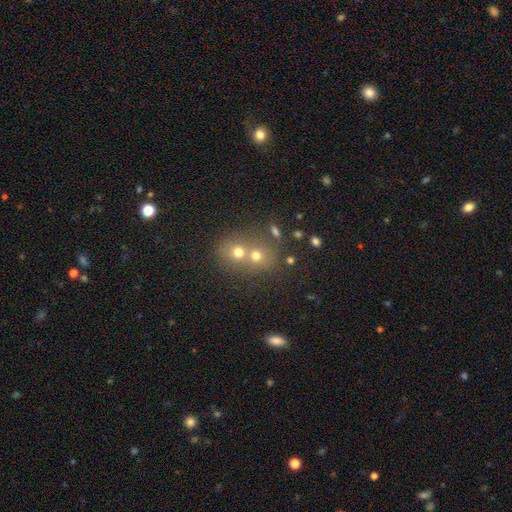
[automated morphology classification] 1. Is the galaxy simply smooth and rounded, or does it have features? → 61% smooth, 20% featured or disk, 20% star or artifact.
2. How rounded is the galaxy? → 74% round, 25% in between, 1% cigar-shaped.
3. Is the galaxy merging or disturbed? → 57% merger, 34% none, 6% minor disturbance, 3% major disturbance.